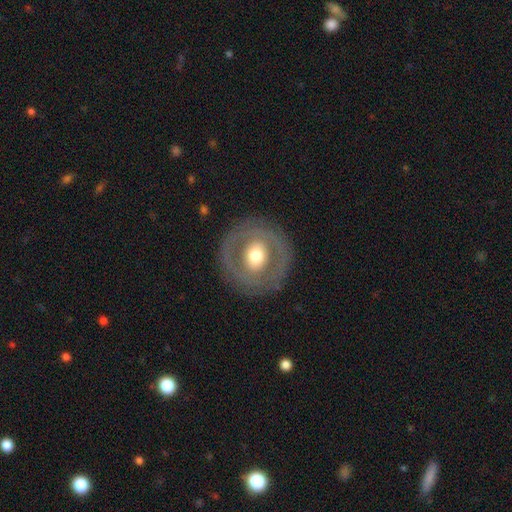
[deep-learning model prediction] Smooth or featured?
  - featured or disk: 52% *
  - smooth: 42%
  - star or artifact: 6%
Edge-on disk?
  - no: 94% *
  - yes: 6%
Merging?
  - none: 84% *
  - minor disturbance: 9%
  - major disturbance: 6%
  - merger: 1%